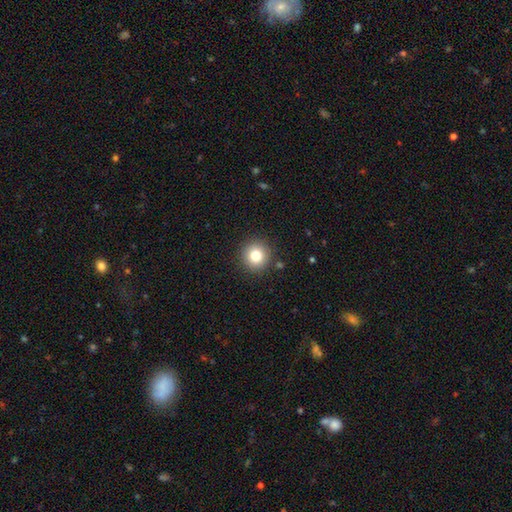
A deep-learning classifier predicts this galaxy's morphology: A smooth galaxy with no disk features (79%) that is round (95%). Merging: none (90%).